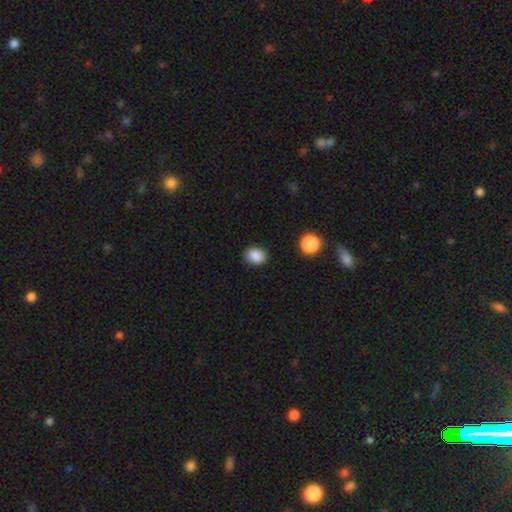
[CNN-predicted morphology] smooth 87%, star or artifact 9%, featured or disk 3%. Down the decision tree: how rounded — in between (52%); merging — none (88%).